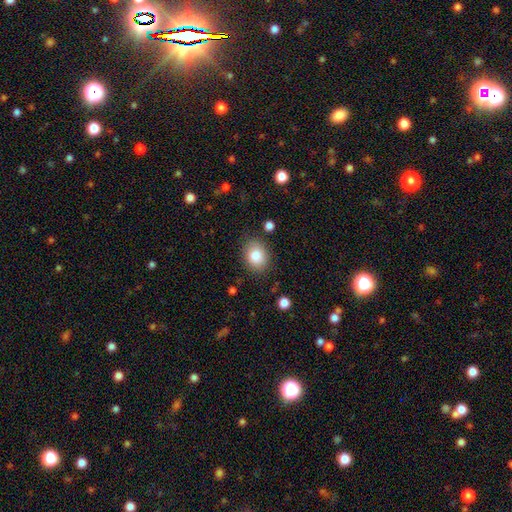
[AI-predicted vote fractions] smooth 85%, star or artifact 8%, featured or disk 7%. Down the decision tree: how rounded — in between (58%); merging — none (82%).